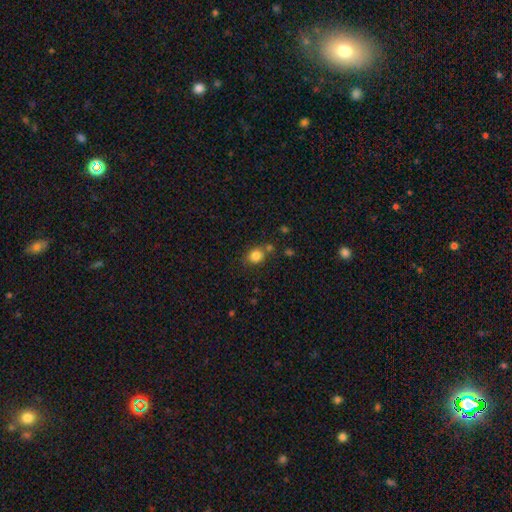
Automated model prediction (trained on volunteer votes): The model was most divided on "how rounded": round: 71%, in between: 28%, cigar-shaped: 1%. More confident: smooth or featured — smooth (83%); merging — none (69%).